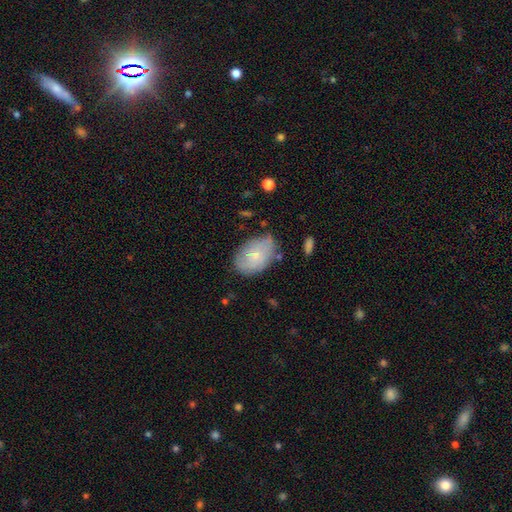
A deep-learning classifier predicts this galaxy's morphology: Smooth or featured? smooth (68%)
How rounded? in between (86%)
Merging? none (62%)